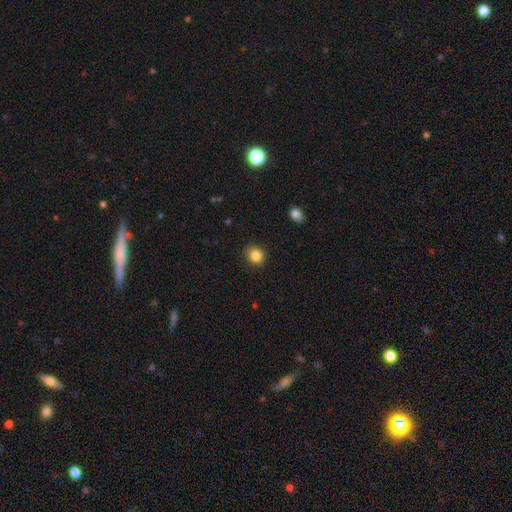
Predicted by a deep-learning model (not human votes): A smooth galaxy with no disk features (85%) that is round (78%). Merging: none (89%).